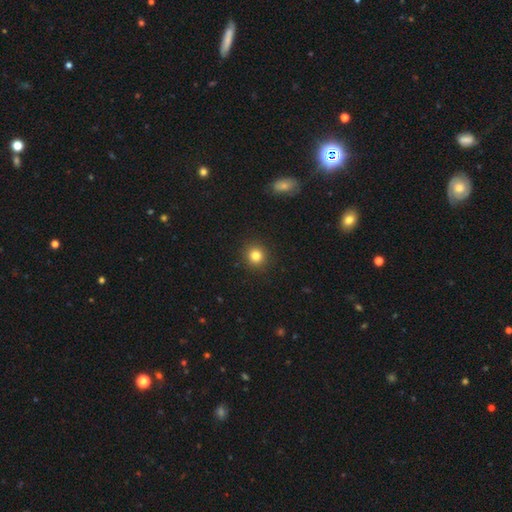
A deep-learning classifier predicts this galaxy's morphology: smooth 82%, star or artifact 12%, featured or disk 6%. Down the decision tree: how rounded — round (91%); merging — none (92%).